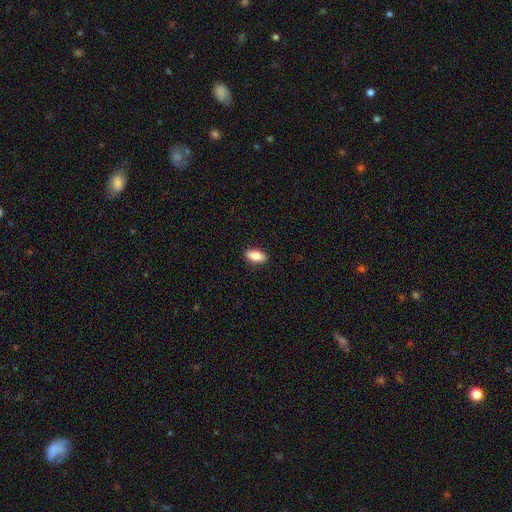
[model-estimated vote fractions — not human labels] Smooth or featured: smooth — 82% (featured or disk — 11%)
How rounded: in between — 87% (cigar-shaped — 10%)
Merging: none — 90% (minor disturbance — 8%)